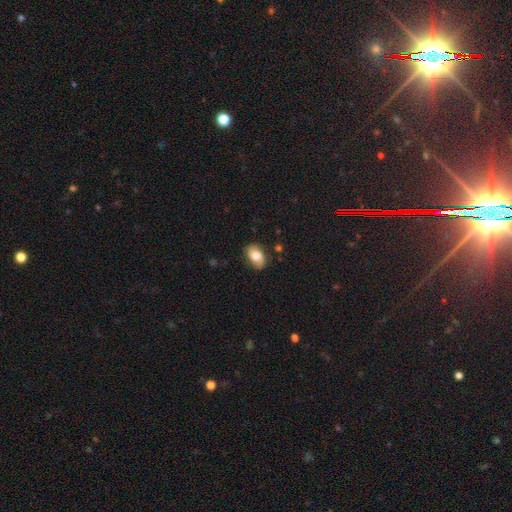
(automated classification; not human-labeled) This appears to be a smooth galaxy with no disk features (74%) that is in between round and cigar-shaped (85%). Merging: none (80%).